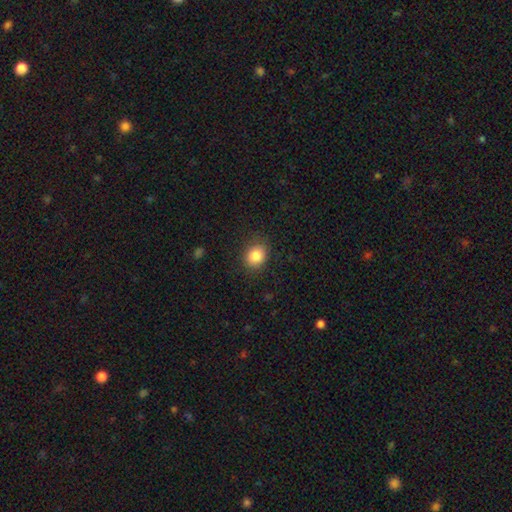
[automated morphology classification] Smooth or featured: smooth — 84% (star or artifact — 10%)
How rounded: round — 62% (in between — 37%)
Merging: none — 85% (minor disturbance — 11%)